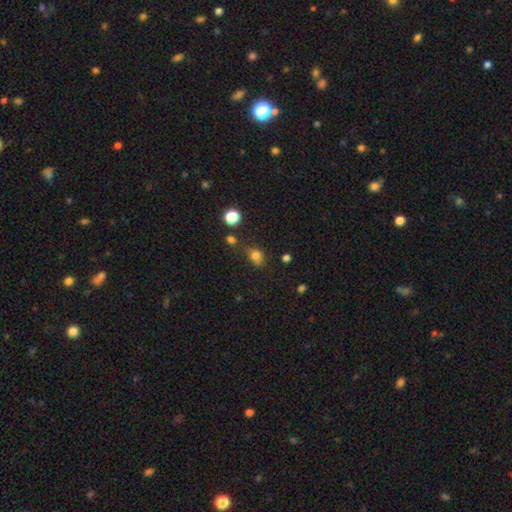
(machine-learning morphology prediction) smooth-or-featured: smooth: 78% | star or artifact: 15% | featured or disk: 7%
  how-rounded: in between: 54% | round: 44% | cigar-shaped: 2%
  merging: none: 58% | minor disturbance: 25% | major disturbance: 9% | merger: 8%